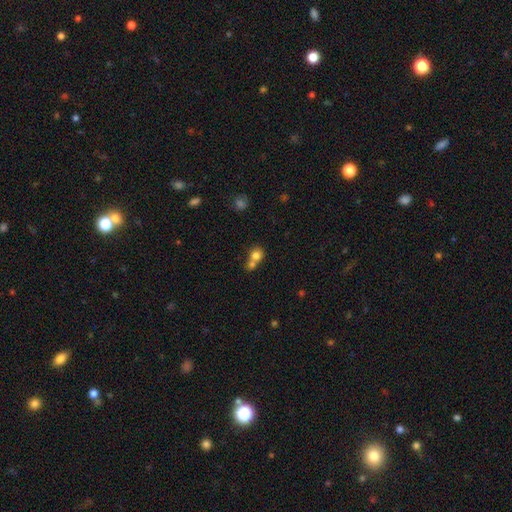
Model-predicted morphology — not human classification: Overall: smooth (77%). How rounded: round (80%). Merging: merger (57%; none 35%).